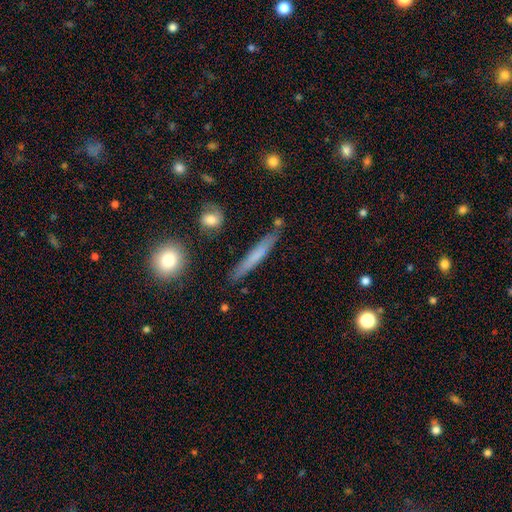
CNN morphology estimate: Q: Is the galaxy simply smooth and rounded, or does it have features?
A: smooth — 62%.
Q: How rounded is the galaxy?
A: cigar-shaped — 94%.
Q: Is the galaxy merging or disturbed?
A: none — 84%.